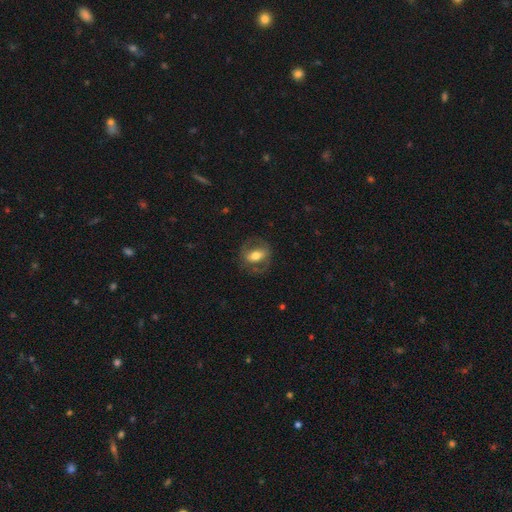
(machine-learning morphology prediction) Overall: featured or disk (50%; smooth 43%). Edge-on disk: no (90%). Merging: none (70%).